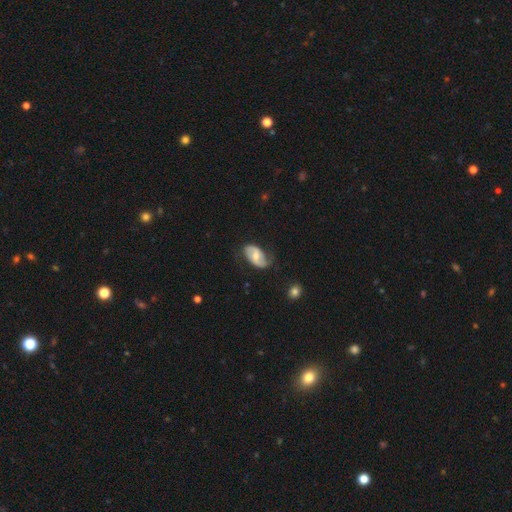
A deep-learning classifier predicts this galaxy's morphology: Overall: featured or disk (64%; smooth 30%). Edge-on disk: no (96%). Bar: no (44%; weak 40%). Spiral arms: yes (86%). Spiral arm count: 2 (86%). Spiral winding: loose (44%; medium 38%). Bulge size: moderate (62%; small 29%). Merging: none (67%).